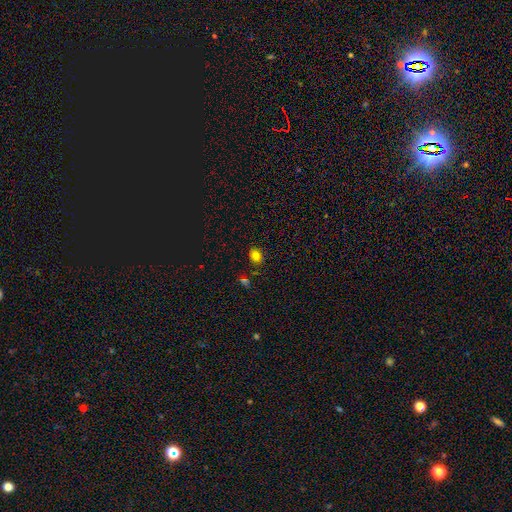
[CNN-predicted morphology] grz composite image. It shows a smooth galaxy with no disk features (80%) that is round (50%). Merging: none (85%).